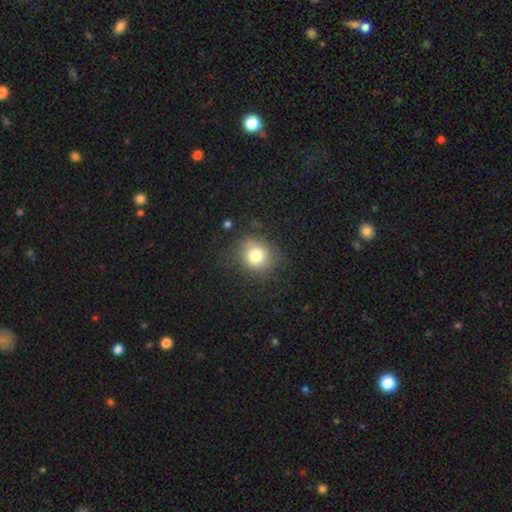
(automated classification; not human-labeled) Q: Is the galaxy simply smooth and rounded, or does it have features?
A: smooth — 78%.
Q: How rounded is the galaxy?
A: round — 79%.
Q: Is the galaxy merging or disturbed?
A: none — 80%.